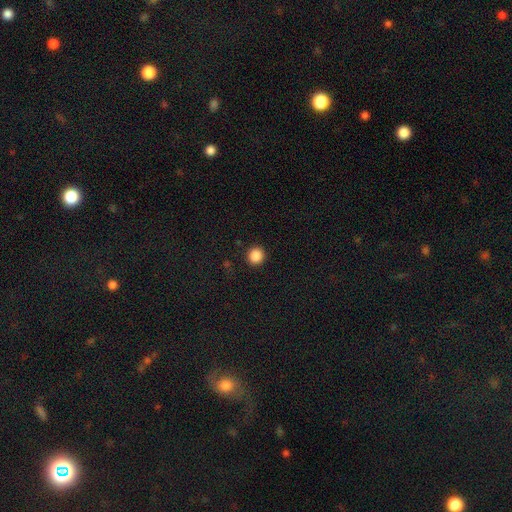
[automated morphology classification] Smooth or featured?
  - smooth: 87% *
  - star or artifact: 10%
  - featured or disk: 3%
How rounded?
  - round: 91% *
  - in between: 8%
  - cigar-shaped: 1%
Merging?
  - none: 92% *
  - minor disturbance: 5%
  - major disturbance: 2%
  - merger: 1%